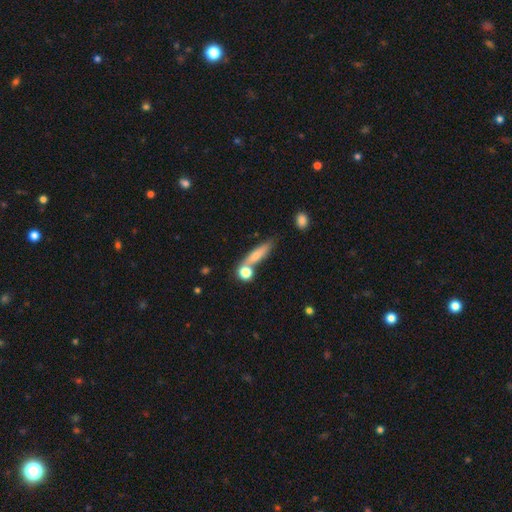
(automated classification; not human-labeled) Q: Smooth or featured?
A: smooth (67%); runner-up: featured or disk (25%)
Q: How rounded?
A: cigar-shaped (66%); runner-up: in between (25%)
Q: Merging?
A: none (56%); runner-up: merger (24%)